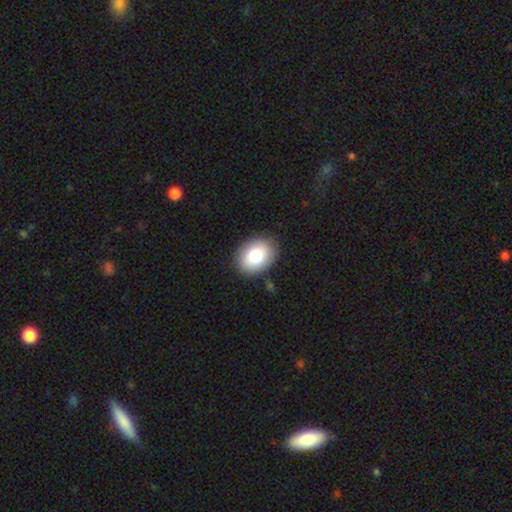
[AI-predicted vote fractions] Q: Smooth or featured?
A: smooth (82%); runner-up: featured or disk (11%)
Q: How rounded?
A: in between (71%); runner-up: round (28%)
Q: Merging?
A: none (87%); runner-up: minor disturbance (9%)